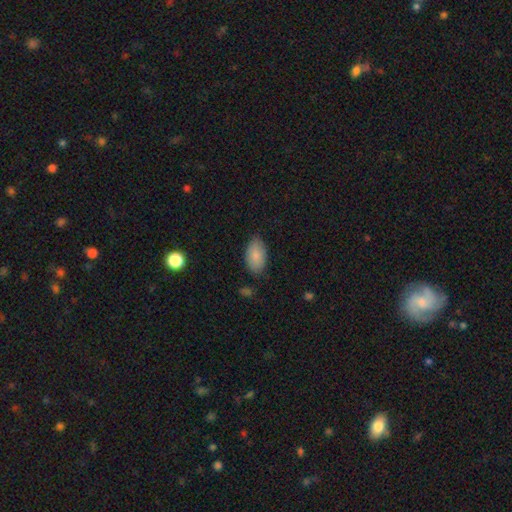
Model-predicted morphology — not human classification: Q: Smooth or featured?
A: smooth (85%); runner-up: featured or disk (9%)
Q: How rounded?
A: in between (94%); runner-up: round (4%)
Q: Merging?
A: none (78%); runner-up: minor disturbance (17%)